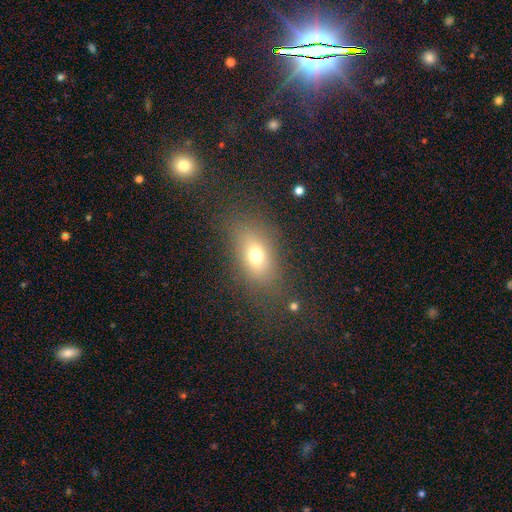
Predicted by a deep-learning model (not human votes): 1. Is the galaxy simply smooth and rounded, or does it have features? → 69% smooth, 17% featured or disk, 14% star or artifact.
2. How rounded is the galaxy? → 75% in between, 20% round, 5% cigar-shaped.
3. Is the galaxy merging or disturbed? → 76% none, 13% minor disturbance, 9% major disturbance, 2% merger.